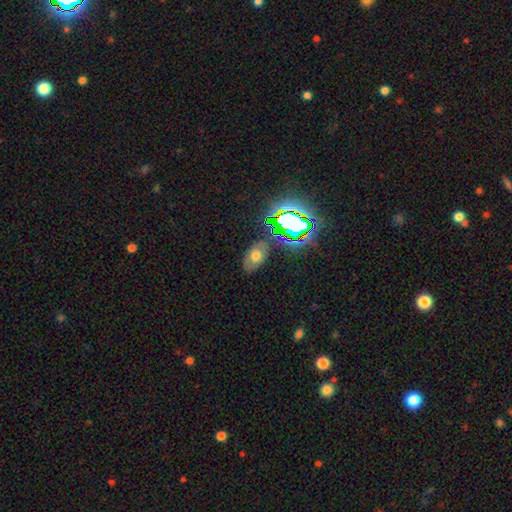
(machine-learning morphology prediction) A smooth galaxy with no disk features (53%) that is in between round and cigar-shaped (89%).

Vote fractions:
- Smooth or featured? smooth: 53% / star or artifact: 24% / featured or disk: 23%
- How rounded? in between: 89% / round: 9% / cigar-shaped: 2%
- Merging? none: 79% / minor disturbance: 14% / major disturbance: 4% / merger: 3%